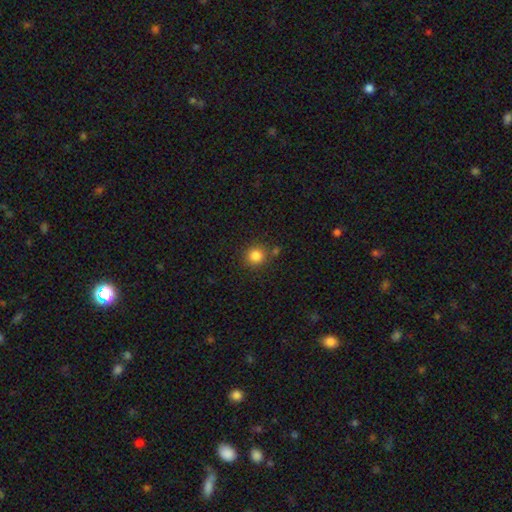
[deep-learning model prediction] smooth_or_featured: smooth (p=0.84) [alt: star or artifact p=0.11]
how_rounded: round (p=0.90) [alt: in between p=0.09]
merging: none (p=0.81) [alt: minor disturbance p=0.09]